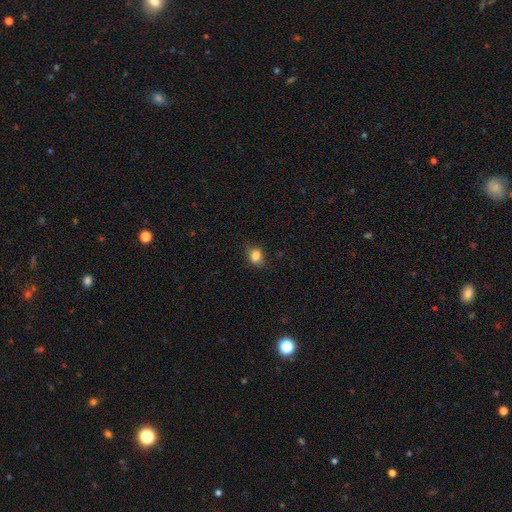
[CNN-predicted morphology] A smooth galaxy with no disk features (81%) that is in between round and cigar-shaped (54%).

Vote fractions:
- Smooth or featured? smooth: 81% / star or artifact: 11% / featured or disk: 8%
- How rounded? in between: 54% / round: 44% / cigar-shaped: 2%
- Merging? none: 75% / minor disturbance: 20% / major disturbance: 4% / merger: 1%